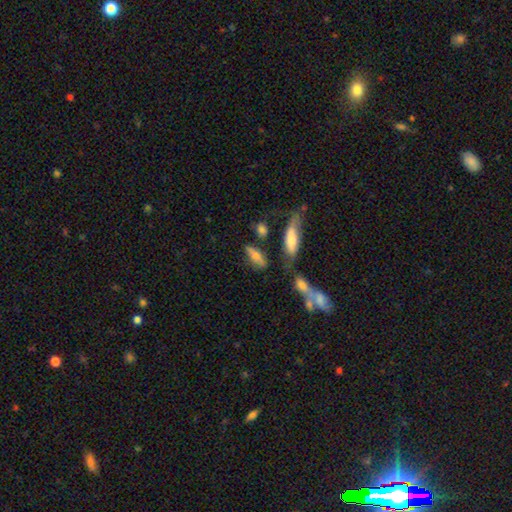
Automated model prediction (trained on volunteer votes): Smooth or featured? smooth (61%)
How rounded? in between (53%)
Merging? none (60%)